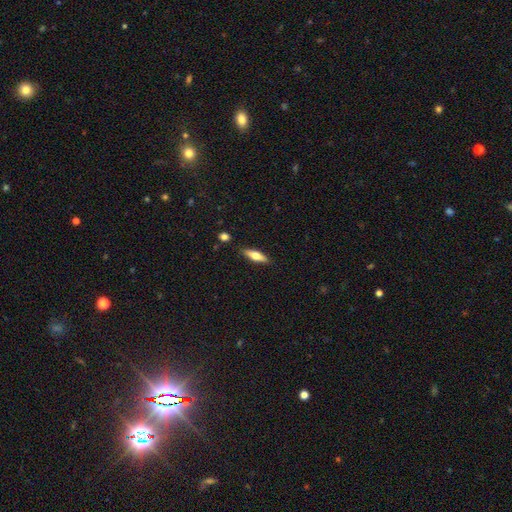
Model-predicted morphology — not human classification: smooth 55%, featured or disk 39%, star or artifact 6%. Down the decision tree: how rounded — cigar-shaped (59%); merging — none (87%).